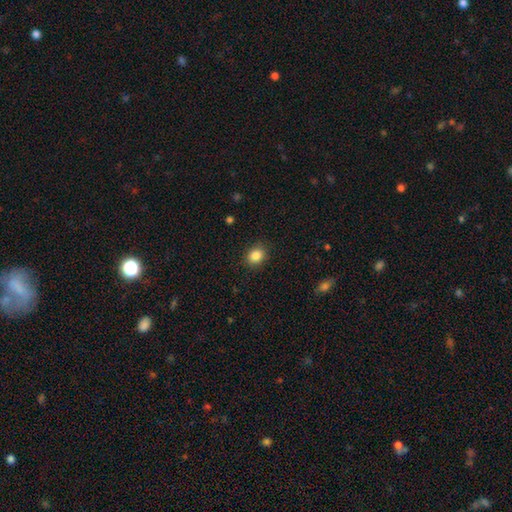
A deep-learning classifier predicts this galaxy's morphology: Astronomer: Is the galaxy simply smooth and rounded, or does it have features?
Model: smooth — 86%.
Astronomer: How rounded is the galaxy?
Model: round — 58% (runner-up: in between, 41%).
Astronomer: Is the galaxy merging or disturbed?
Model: none — 88%.